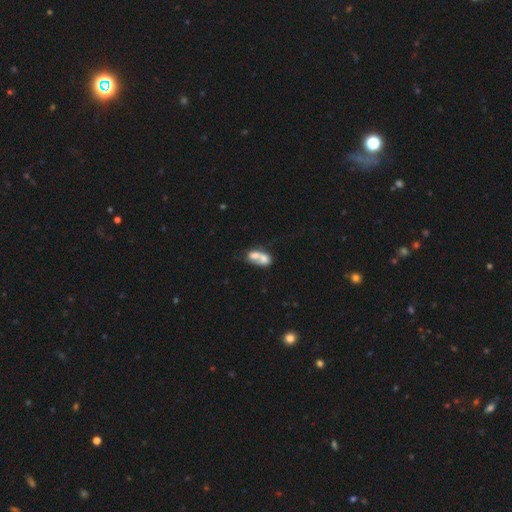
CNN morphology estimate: Overall: smooth (58%; featured or disk 32%). How rounded: in between (74%). Merging: merger (72%).